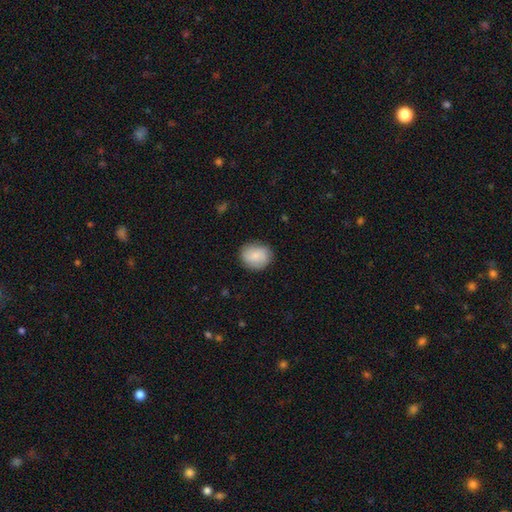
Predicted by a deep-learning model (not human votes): Morphology: type=smooth (79%); roundness=round (64%); merging=none (82%).